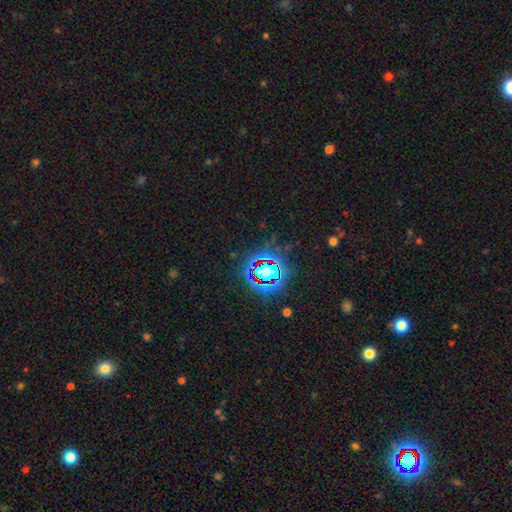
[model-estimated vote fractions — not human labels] star or artifact 81%, smooth 11%, featured or disk 8%.